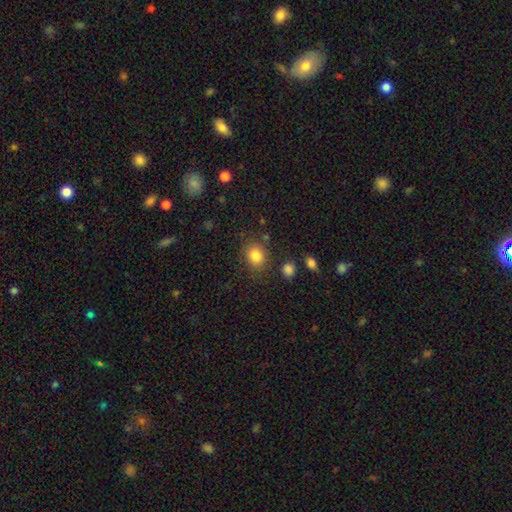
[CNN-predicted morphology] Smooth or featured? smooth (83%)
How rounded? round (61%)
Merging? none (80%)